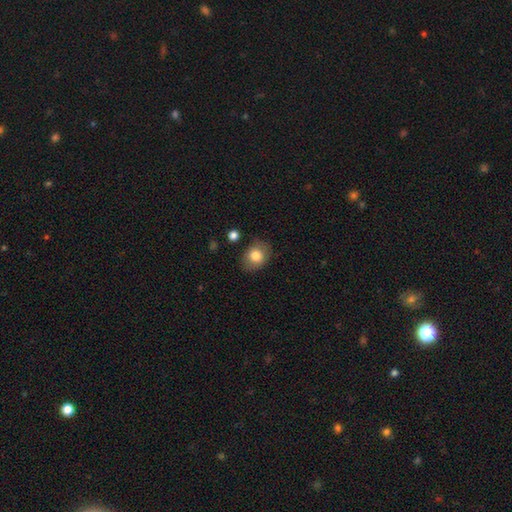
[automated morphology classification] Smooth or featured: smooth — 80% (featured or disk — 11%)
How rounded: in between — 55% (round — 44%)
Merging: none — 78% (minor disturbance — 16%)